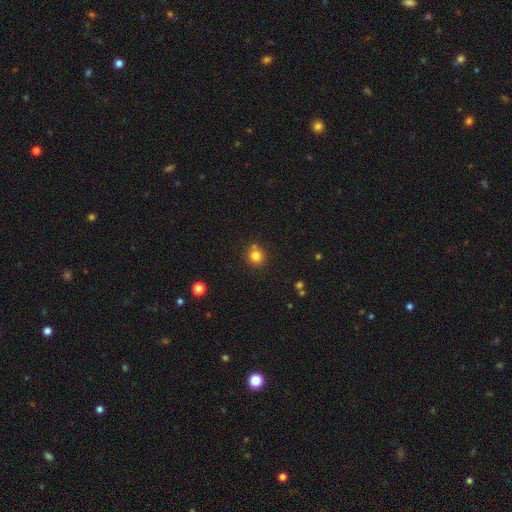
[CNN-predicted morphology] The model was most divided on "merging": none: 75%, merger: 11%, minor disturbance: 10%, major disturbance: 3%. More confident: how rounded — round (89%); smooth or featured — smooth (81%).